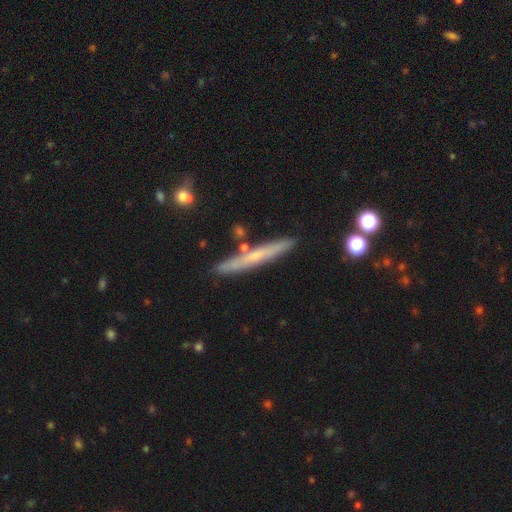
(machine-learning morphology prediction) Q: Smooth or featured?
A: featured or disk (48%); runner-up: smooth (45%)
Q: Merging?
A: none (83%); runner-up: minor disturbance (10%)